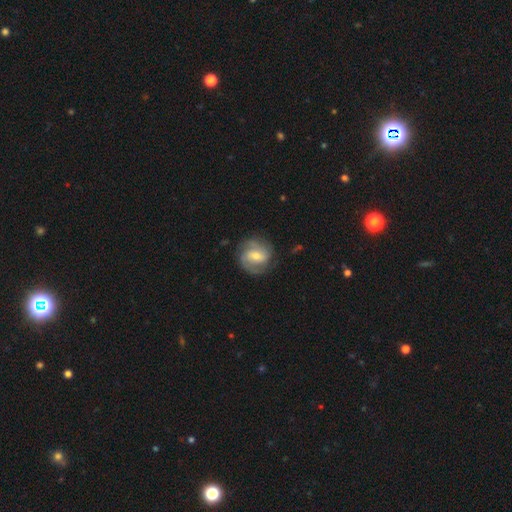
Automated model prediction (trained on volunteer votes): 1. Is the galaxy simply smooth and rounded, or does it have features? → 67% featured or disk, 26% smooth, 6% star or artifact.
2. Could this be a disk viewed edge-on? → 97% no, 3% yes.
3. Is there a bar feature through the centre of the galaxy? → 51% weak, 25% no, 24% strong.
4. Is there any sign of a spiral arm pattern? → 89% yes, 11% no.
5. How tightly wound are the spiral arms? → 44% medium, 36% tight, 19% loose.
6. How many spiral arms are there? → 66% 2, 16% can't tell, 10% 3, 4% 1, 2% 4, 2% more than 4.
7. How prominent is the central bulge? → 54% moderate, 37% small, 5% large, 2% none, 1% dominant.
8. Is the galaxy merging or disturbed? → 77% none, 16% minor disturbance, 7% major disturbance, 1% merger.